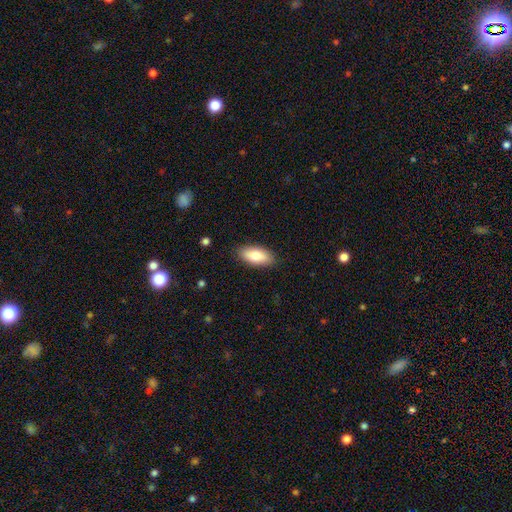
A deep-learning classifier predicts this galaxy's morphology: Smooth or featured: smooth — 79% (featured or disk — 15%)
How rounded: in between — 86% (cigar-shaped — 12%)
Merging: none — 87% (minor disturbance — 10%)